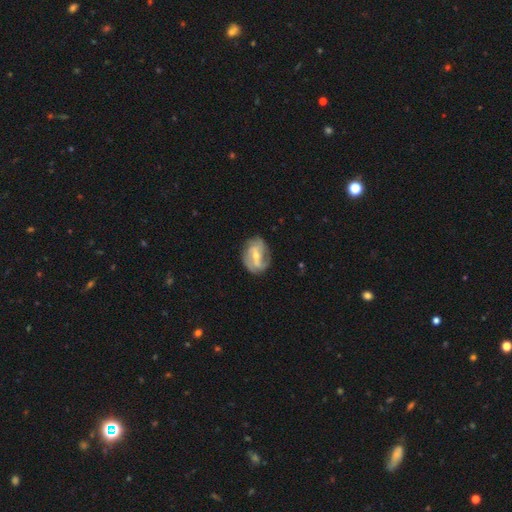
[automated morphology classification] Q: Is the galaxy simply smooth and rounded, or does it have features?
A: featured or disk — 78%.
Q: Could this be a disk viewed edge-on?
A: no — 96%.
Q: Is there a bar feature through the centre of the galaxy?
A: weak — 42%.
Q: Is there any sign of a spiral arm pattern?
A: yes — 88%.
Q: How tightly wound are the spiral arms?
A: medium — 41%.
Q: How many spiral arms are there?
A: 2 — 51%.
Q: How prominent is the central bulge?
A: small — 49%.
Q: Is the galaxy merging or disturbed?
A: none — 68%.